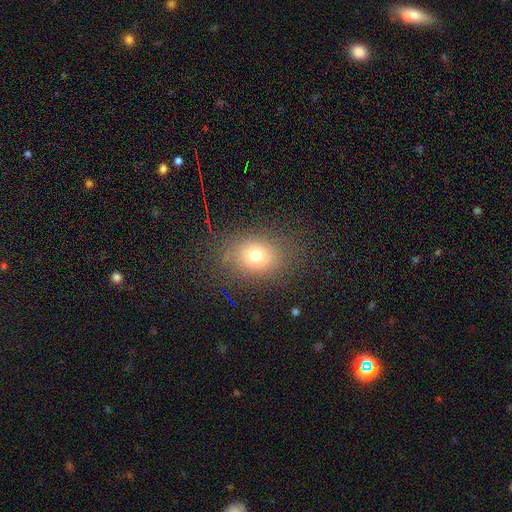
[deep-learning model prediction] Smooth or featured: smooth — 71% (star or artifact — 17%)
How rounded: in between — 53% (round — 46%)
Merging: none — 81% (minor disturbance — 12%)